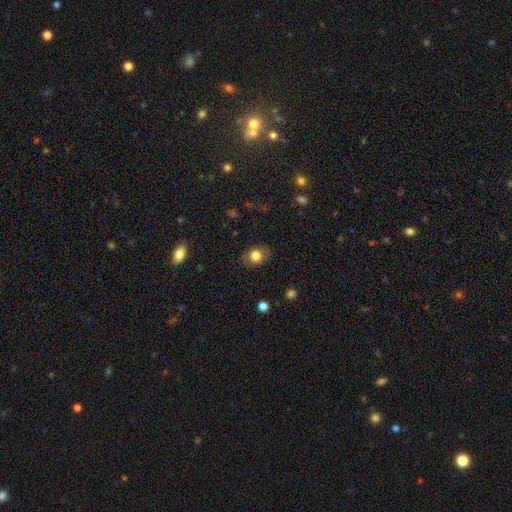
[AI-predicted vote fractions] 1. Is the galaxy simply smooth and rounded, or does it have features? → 75% smooth, 16% featured or disk, 9% star or artifact.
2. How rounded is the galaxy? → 58% in between, 40% round, 1% cigar-shaped.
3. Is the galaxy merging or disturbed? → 83% none, 13% minor disturbance, 4% major disturbance, 1% merger.